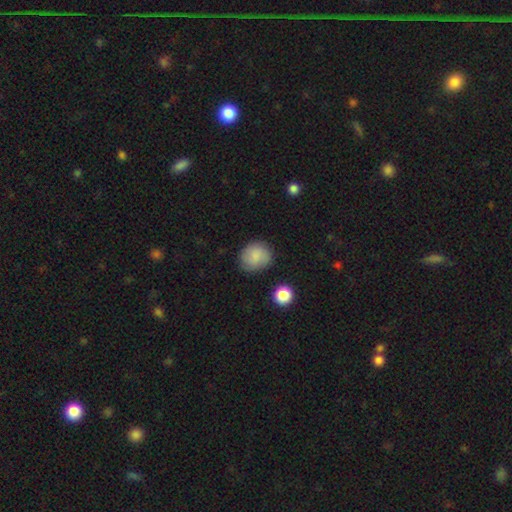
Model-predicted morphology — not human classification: A smooth galaxy with no disk features (78%) that is round (76%).

Vote fractions:
- Smooth or featured? smooth: 78% / featured or disk: 13% / star or artifact: 8%
- How rounded? round: 76% / in between: 23% / cigar-shaped: 1%
- Merging? none: 78% / minor disturbance: 16% / major disturbance: 4% / merger: 2%